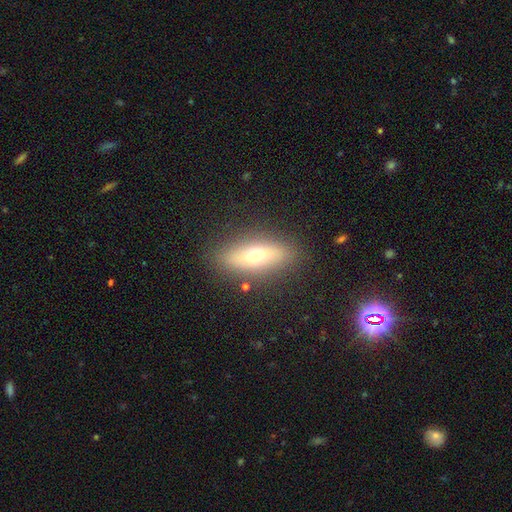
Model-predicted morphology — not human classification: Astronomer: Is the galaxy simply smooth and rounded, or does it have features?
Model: smooth — 51% (runner-up: featured or disk, 40%).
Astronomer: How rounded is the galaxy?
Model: in between — 54% (runner-up: cigar-shaped, 42%).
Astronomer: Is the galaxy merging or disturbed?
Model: none — 85%.